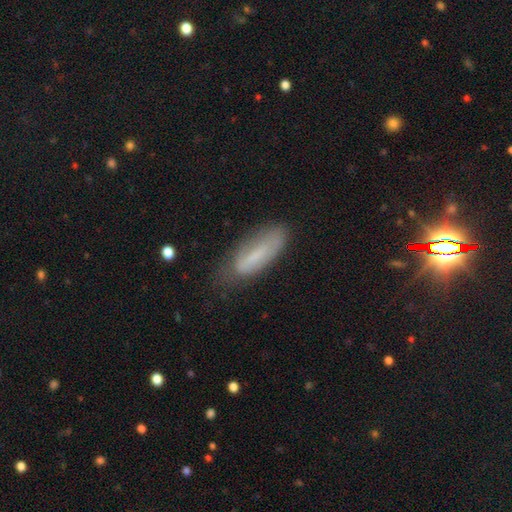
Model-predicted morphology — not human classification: A smooth galaxy with no disk features (64%) that is in between round and cigar-shaped (53%).

Vote fractions:
- Smooth or featured? smooth: 64% / featured or disk: 28% / star or artifact: 8%
- How rounded? in between: 53% / cigar-shaped: 45% / round: 2%
- Merging? none: 60% / minor disturbance: 28% / major disturbance: 10% / merger: 2%